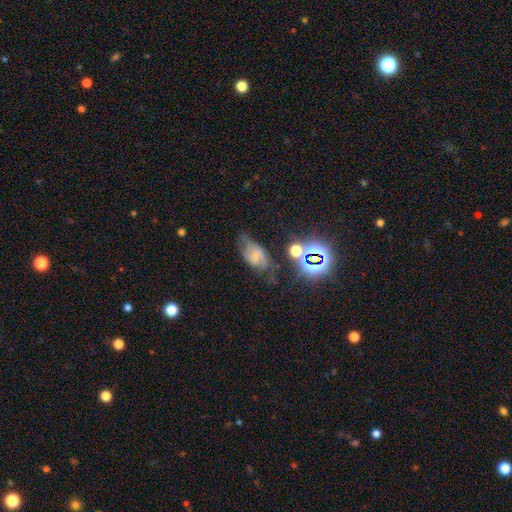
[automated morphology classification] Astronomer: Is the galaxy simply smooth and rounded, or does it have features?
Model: featured or disk — 43% (runner-up: smooth, 38%).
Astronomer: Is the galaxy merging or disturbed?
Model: none — 46% (runner-up: minor disturbance, 31%).